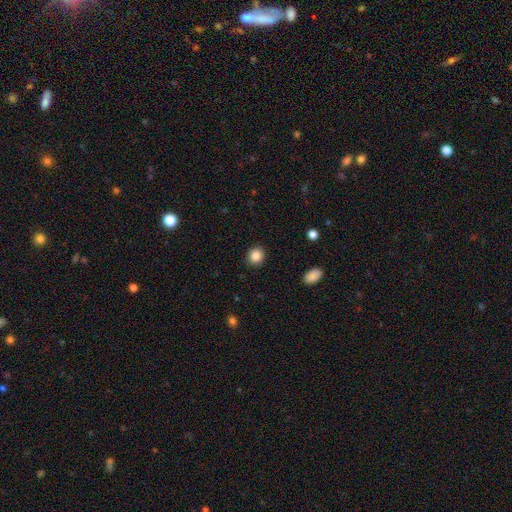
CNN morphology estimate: type=smooth (87%); roundness=round (78%); merging=none (91%).